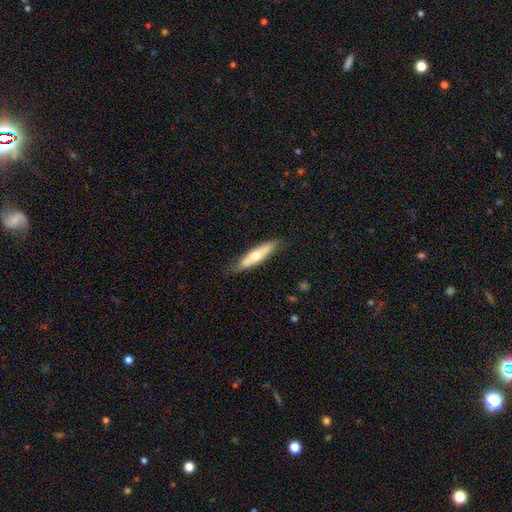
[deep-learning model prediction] Smooth or featured: smooth — 53% (featured or disk — 41%)
How rounded: cigar-shaped — 75% (in between — 24%)
Merging: none — 79% (minor disturbance — 16%)